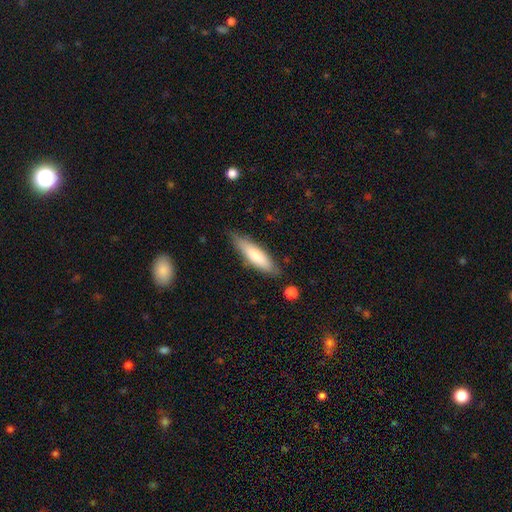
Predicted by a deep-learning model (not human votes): Smooth or featured: smooth — 69% (featured or disk — 25%)
How rounded: cigar-shaped — 64% (in between — 35%)
Merging: none — 79% (minor disturbance — 15%)